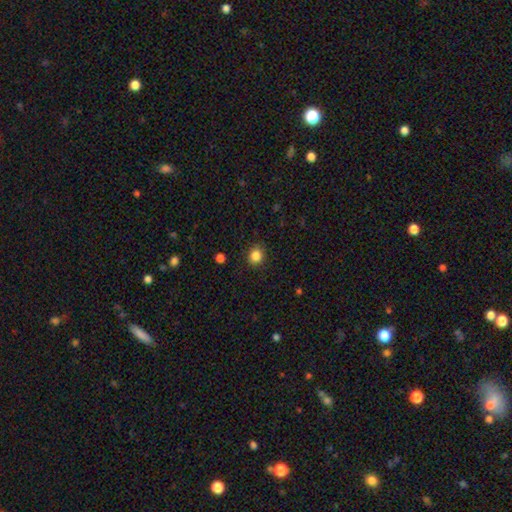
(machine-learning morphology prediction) Overall: smooth (85%). How rounded: round (81%). Merging: none (87%).